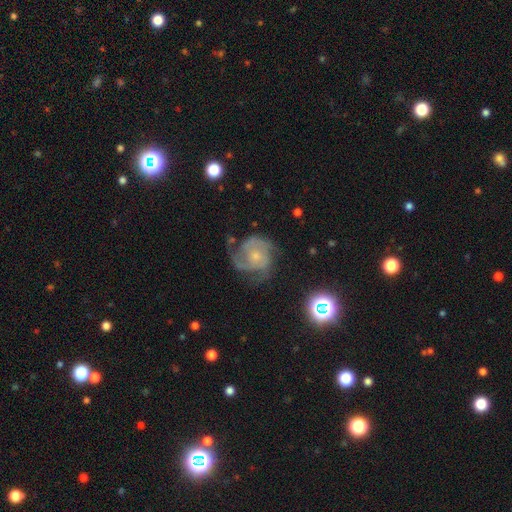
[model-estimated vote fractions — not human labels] smooth-or-featured: featured or disk: 80% | smooth: 12% | star or artifact: 8%
  disk-edge-on: no: 98% | yes: 2%
    bar: no: 75% | weak: 21% | strong: 4%
    has-spiral-arms: yes: 94% | no: 6%
      spiral-winding: tight: 45% | medium: 44% | loose: 12%
      spiral-arm-count: 3: 33% | 2: 31% | can't tell: 20% | 4: 6% | 1: 5% | more than 4: 4%
    bulge-size: small: 64% | moderate: 29% | none: 4% | large: 2% | dominant: 1%
  merging: none: 59% | minor disturbance: 22% | major disturbance: 16% | merger: 2%